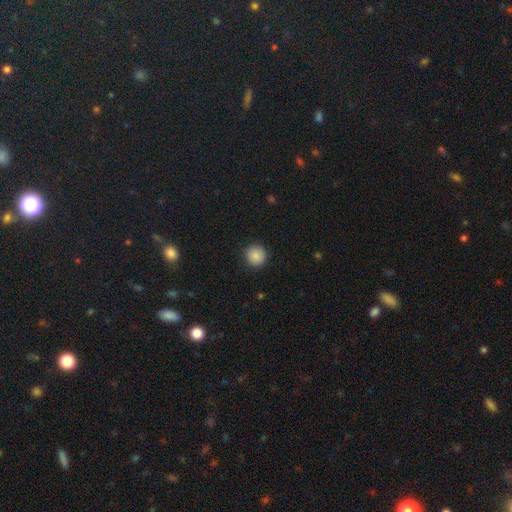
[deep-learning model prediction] Smooth or featured: smooth — 86% (star or artifact — 9%)
How rounded: round — 94% (in between — 5%)
Merging: none — 91% (minor disturbance — 7%)